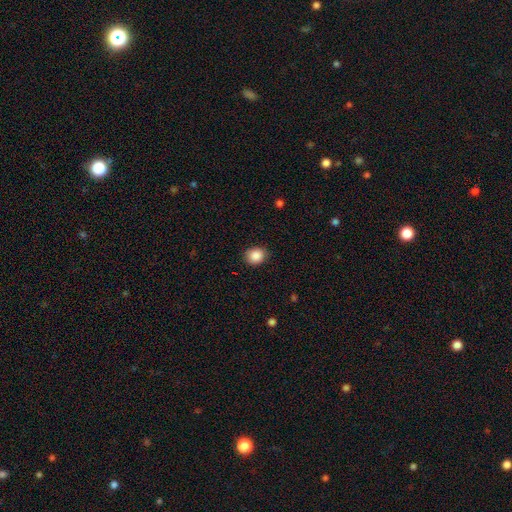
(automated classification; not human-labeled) Q: Smooth or featured?
A: smooth (88%); runner-up: star or artifact (8%)
Q: How rounded?
A: round (65%); runner-up: in between (34%)
Q: Merging?
A: none (86%); runner-up: minor disturbance (11%)